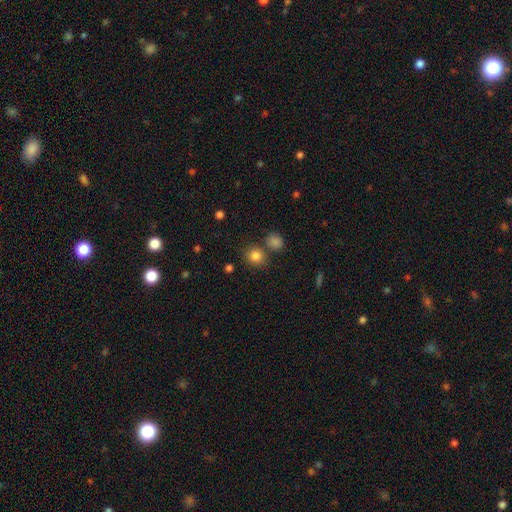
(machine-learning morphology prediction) A smooth galaxy with no disk features (84%) that is round (84%). Merging: none (73%).